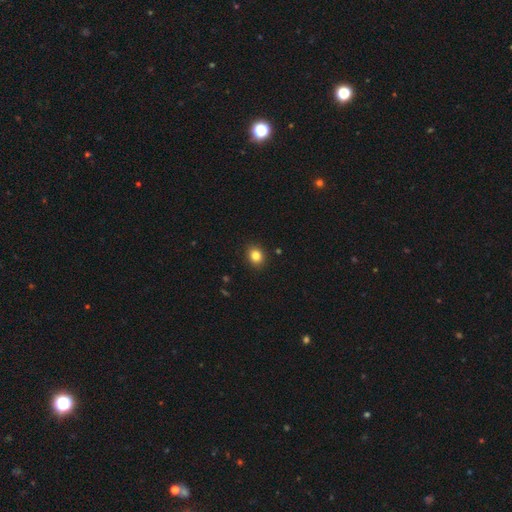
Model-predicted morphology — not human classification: Smooth or featured?
  - smooth: 84% *
  - star or artifact: 11%
  - featured or disk: 5%
How rounded?
  - round: 67% *
  - in between: 32%
  - cigar-shaped: 1%
Merging?
  - none: 91% *
  - minor disturbance: 7%
  - major disturbance: 2%
  - merger: 1%